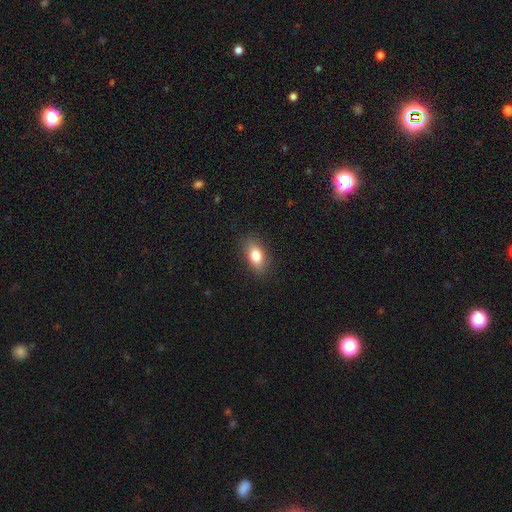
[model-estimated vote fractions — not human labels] The model was most divided on "smooth or featured": smooth: 81%, featured or disk: 11%, star or artifact: 8%. More confident: merging — none (87%); how rounded — in between (86%).